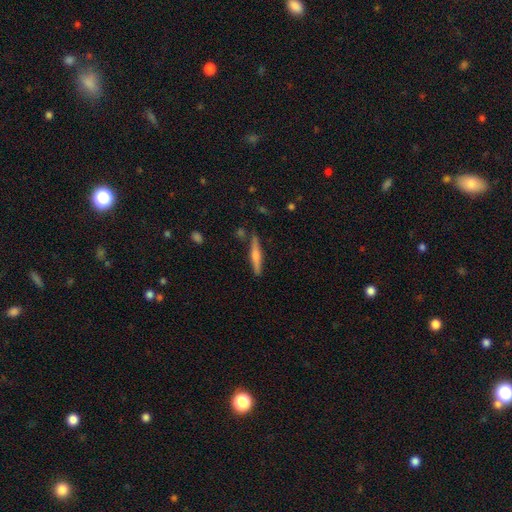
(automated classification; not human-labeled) Smooth or featured?
  - featured or disk: 48% *
  - smooth: 46%
  - star or artifact: 6%
Merging?
  - none: 84% *
  - minor disturbance: 11%
  - merger: 3%
  - major disturbance: 2%